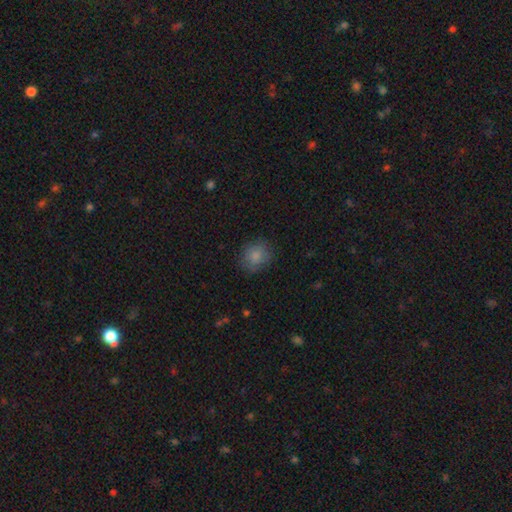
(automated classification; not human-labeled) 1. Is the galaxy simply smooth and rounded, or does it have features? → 83% smooth, 9% star or artifact, 8% featured or disk.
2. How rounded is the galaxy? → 71% round, 28% in between, 1% cigar-shaped.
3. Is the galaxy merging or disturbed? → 78% none, 16% minor disturbance, 5% major disturbance, 1% merger.